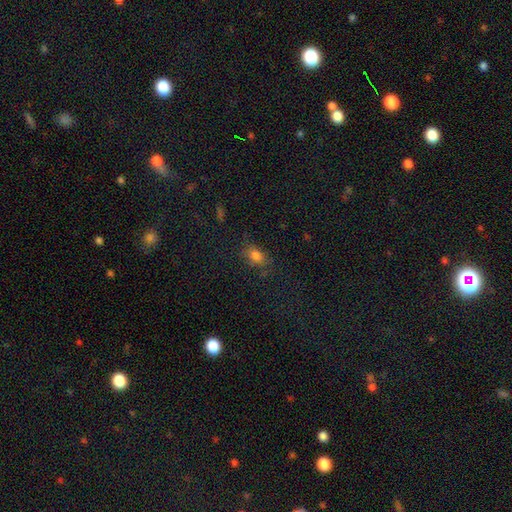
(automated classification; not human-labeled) smooth 77%, star or artifact 15%, featured or disk 8%. Down the decision tree: how rounded — in between (79%); merging — none (70%).